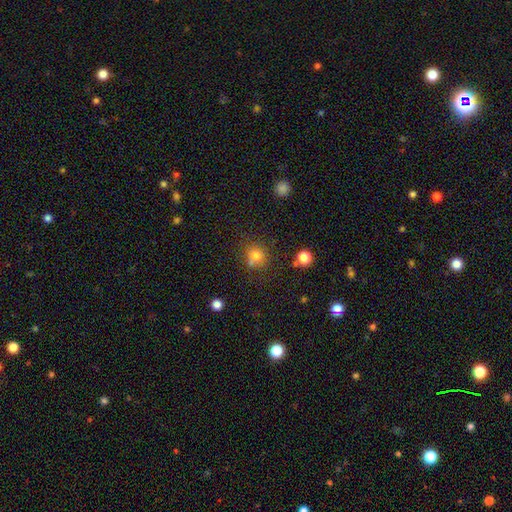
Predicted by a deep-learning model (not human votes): smooth 76%, star or artifact 15%, featured or disk 9%. Down the decision tree: how rounded — round (87%); merging — none (66%).